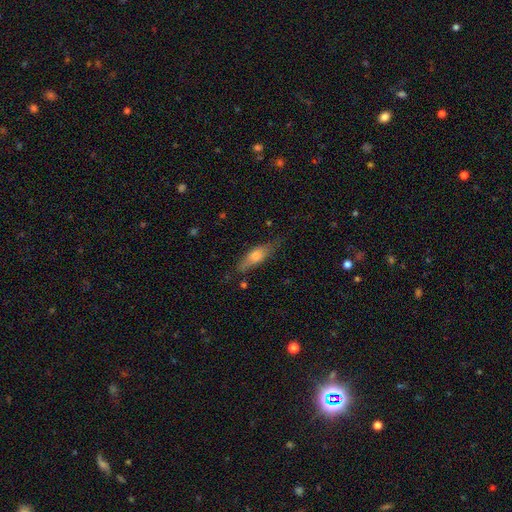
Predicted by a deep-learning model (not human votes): Morphology: type=smooth (58%); roundness=cigar-shaped (52%); merging=none (71%).